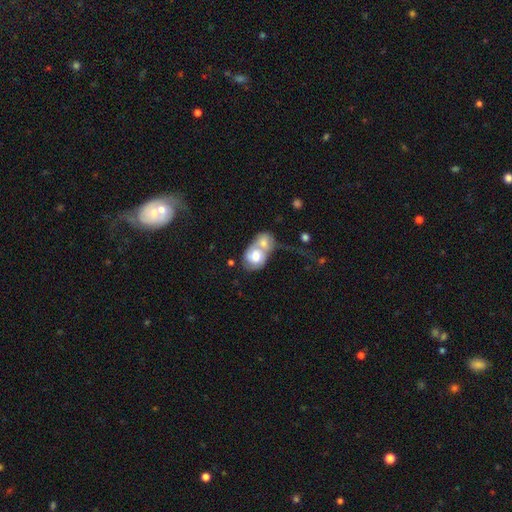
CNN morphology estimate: Smooth or featured? Predicted: smooth (p=0.54). How rounded? Predicted: in between (p=0.51). Merging? Predicted: merger (p=0.77).